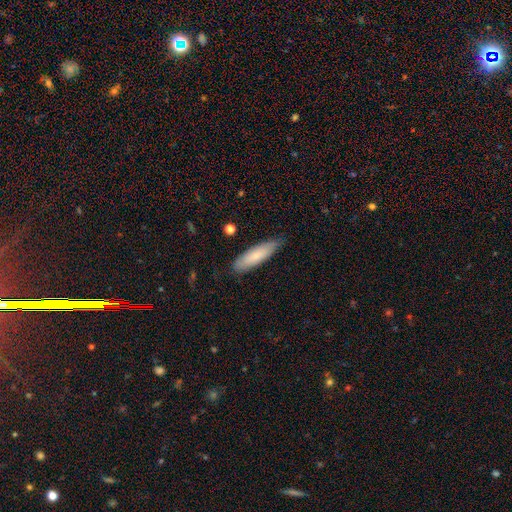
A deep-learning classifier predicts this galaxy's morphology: type=smooth (79%); roundness=cigar-shaped (58%); merging=none (78%).